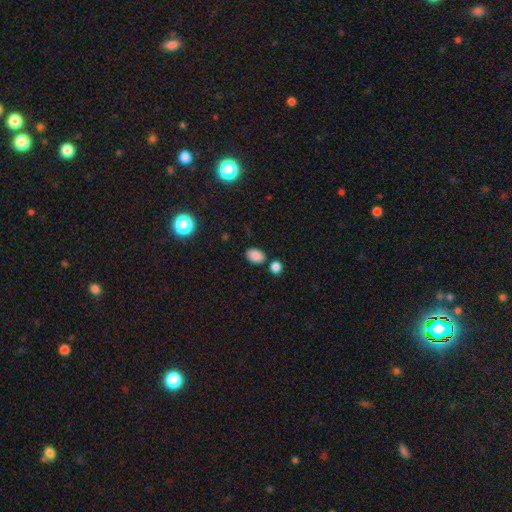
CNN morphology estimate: This appears to be a smooth galaxy with no disk features (85%) that is in between round and cigar-shaped (82%). Merging: none (76%).